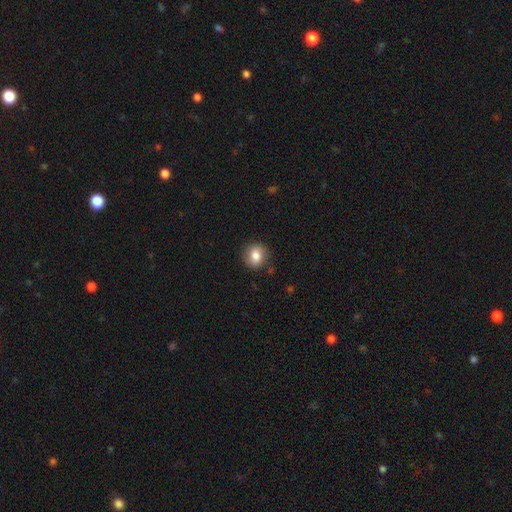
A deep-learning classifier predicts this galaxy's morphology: A smooth galaxy with no disk features (83%) that is round (67%). Merging: none (85%).